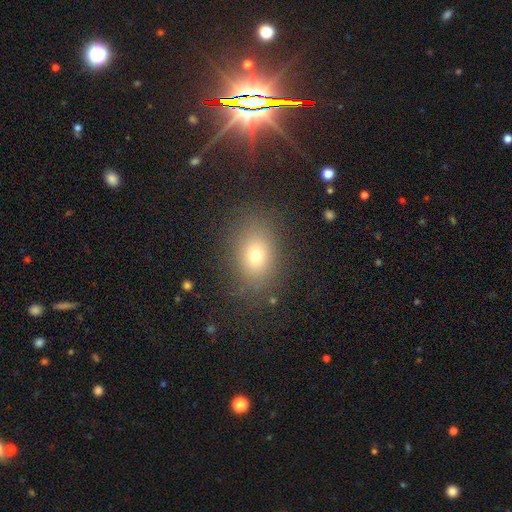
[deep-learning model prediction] Overall: smooth (70%). How rounded: in between (67%; round 32%). Merging: none (82%).